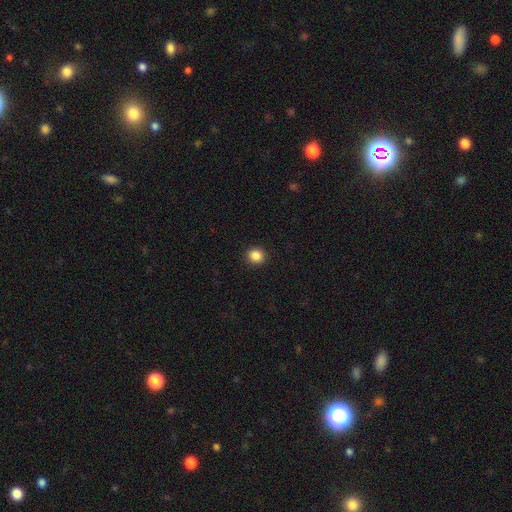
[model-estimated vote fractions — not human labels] smooth 87%, star or artifact 10%, featured or disk 3%. Down the decision tree: how rounded — round (90%); merging — none (92%).